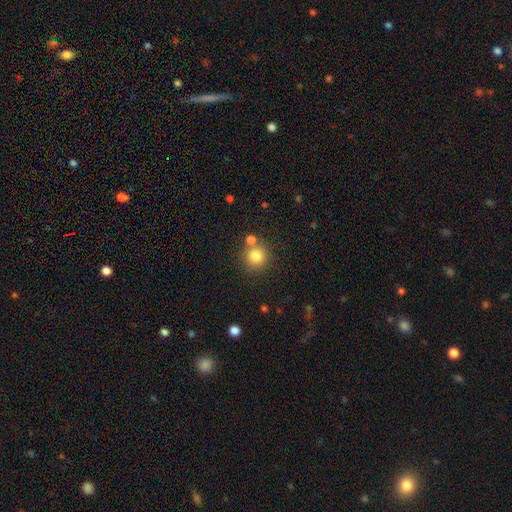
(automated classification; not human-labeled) Morphology: type=smooth (80%); roundness=round (92%); merging=none (73%).